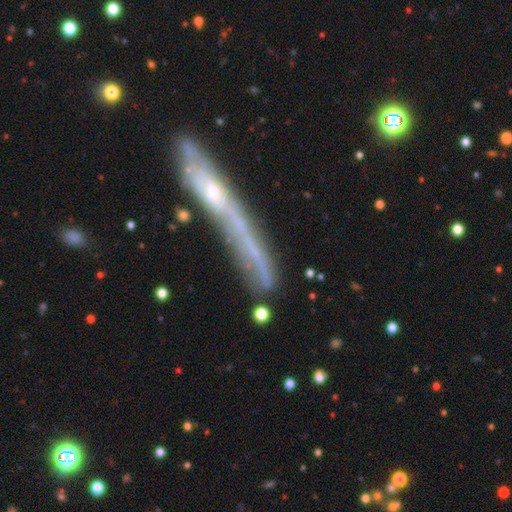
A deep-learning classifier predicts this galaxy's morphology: The model was most divided on "smooth or featured": featured or disk: 54%, smooth: 35%, star or artifact: 11%. More confident: edge-on disk — yes (76%); merging — none (54%).